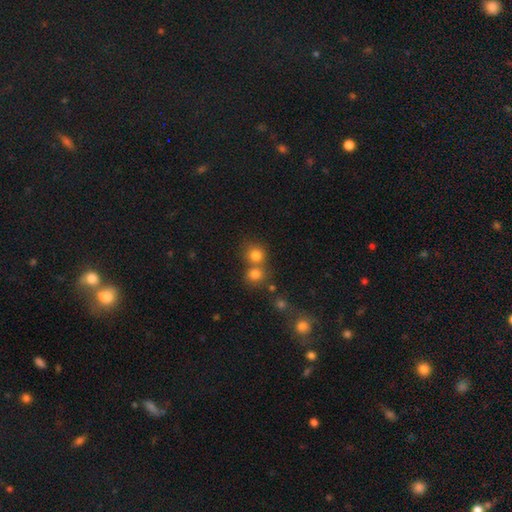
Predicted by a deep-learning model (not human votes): Morphology: type=smooth (78%); roundness=round (86%); merging=none (51%).